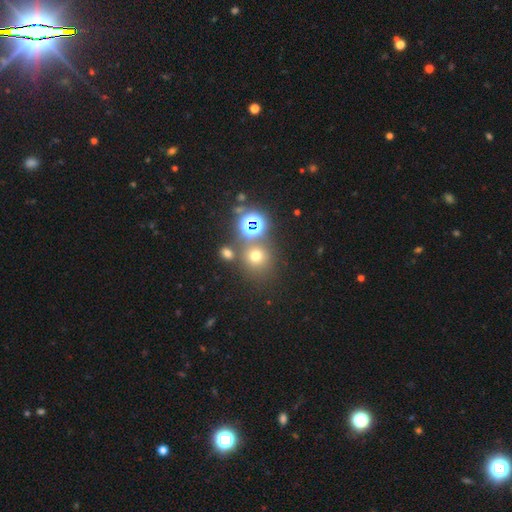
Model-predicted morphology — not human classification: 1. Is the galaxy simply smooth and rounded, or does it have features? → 60% smooth, 31% star or artifact, 9% featured or disk.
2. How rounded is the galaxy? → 87% round, 12% in between, 1% cigar-shaped.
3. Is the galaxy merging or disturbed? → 69% none, 17% merger, 9% minor disturbance, 4% major disturbance.